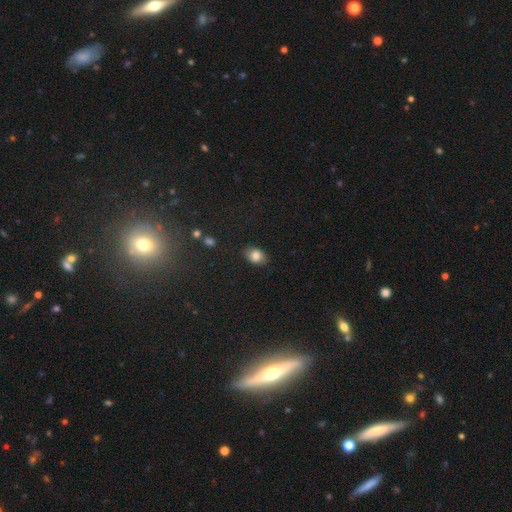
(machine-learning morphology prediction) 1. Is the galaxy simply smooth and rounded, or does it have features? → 82% smooth, 9% featured or disk, 9% star or artifact.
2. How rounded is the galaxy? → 72% in between, 26% round, 1% cigar-shaped.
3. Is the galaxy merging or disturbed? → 83% none, 13% minor disturbance, 3% major disturbance, 1% merger.